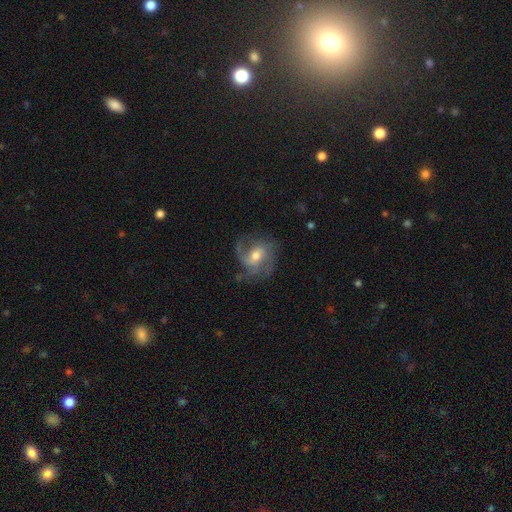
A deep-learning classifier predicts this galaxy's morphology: This is clearly a featured or disk galaxy (83%). It is clearly not viewed edge-on (98%). Bar: possibly no (47%). Spiral arm pattern: clearly yes (95%). Spiral arm count: marginally 3 (38%). Spiral winding: possibly medium (49%). Central bulge: likely moderate (65%). Merging: likely none (65%).